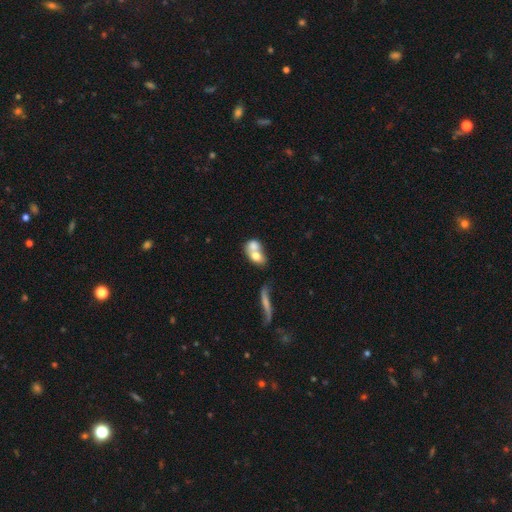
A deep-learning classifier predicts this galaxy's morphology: Smooth or featured? smooth (66%)
How rounded? in between (66%)
Merging? merger (68%)